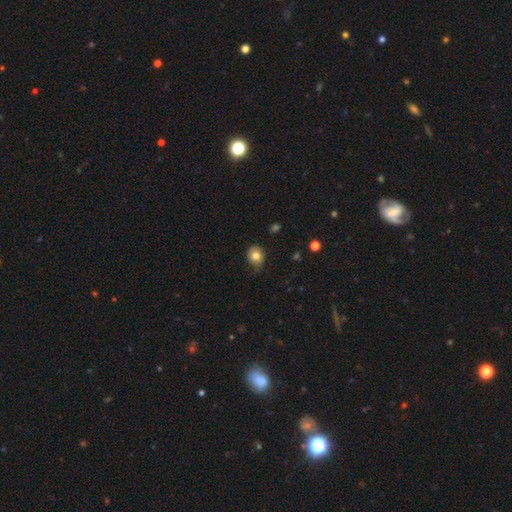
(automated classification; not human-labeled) This appears to be a smooth galaxy with no disk features (78%) that is round (61%). Merging: none (62%).